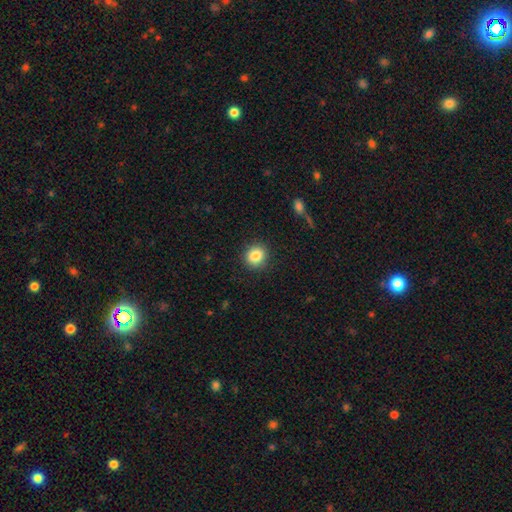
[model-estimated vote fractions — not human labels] A smooth galaxy with no disk features (85%) that is round (83%). Merging: none (88%).